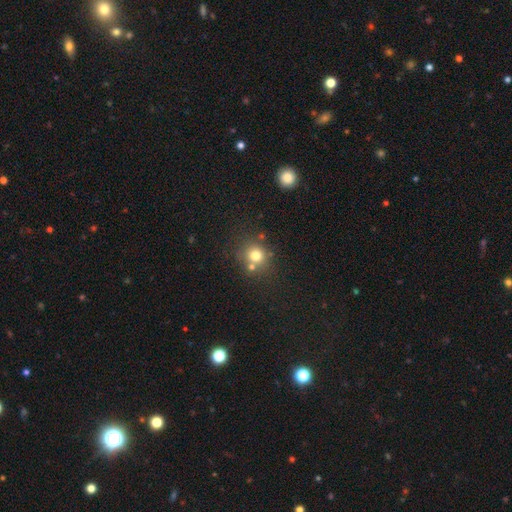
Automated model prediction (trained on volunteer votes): smooth_or_featured: smooth (p=0.75) [alt: star or artifact p=0.15]
how_rounded: round (p=0.86) [alt: in between p=0.13]
merging: none (p=0.66) [alt: merger p=0.20]